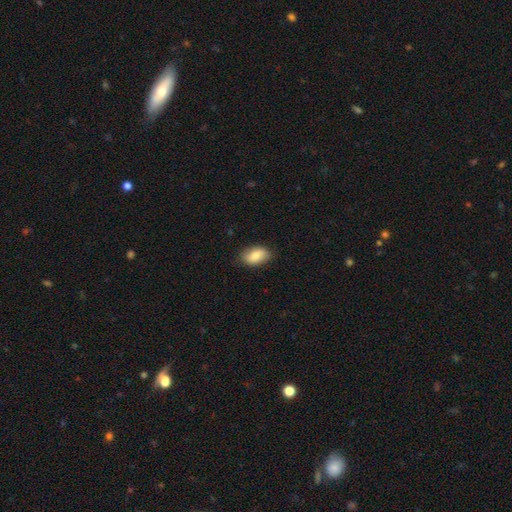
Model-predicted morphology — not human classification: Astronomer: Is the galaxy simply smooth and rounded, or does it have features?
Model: smooth — 79%.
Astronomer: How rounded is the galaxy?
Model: in between — 90%.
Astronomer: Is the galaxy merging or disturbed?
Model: none — 81%.